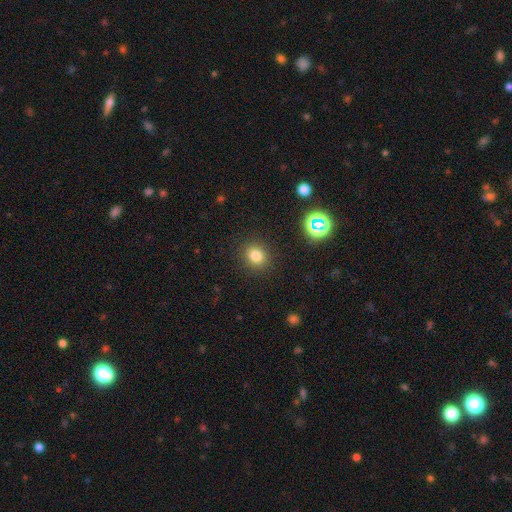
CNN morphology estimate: smooth_or_featured: smooth (p=0.79) [alt: star or artifact p=0.15]
how_rounded: round (p=0.75) [alt: in between p=0.24]
merging: none (p=0.90) [alt: minor disturbance p=0.07]